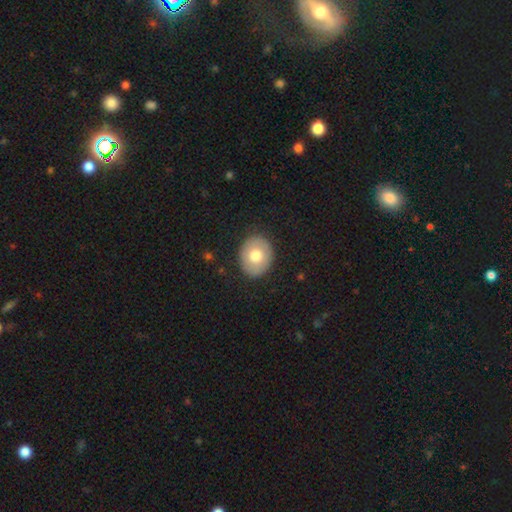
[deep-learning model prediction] Smooth or featured: smooth — 72% (featured or disk — 21%)
How rounded: round — 60% (in between — 39%)
Merging: none — 87% (minor disturbance — 9%)